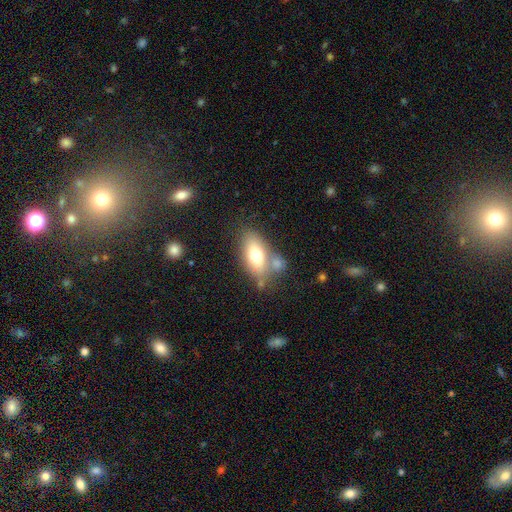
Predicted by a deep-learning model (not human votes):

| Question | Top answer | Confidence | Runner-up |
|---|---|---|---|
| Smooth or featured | smooth | 69% | featured or disk (23%) |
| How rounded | in between | 87% | cigar-shaped (7%) |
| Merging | none | 55% | merger (21%) |